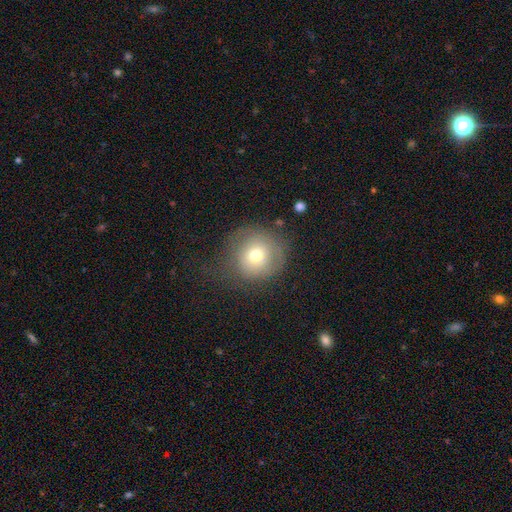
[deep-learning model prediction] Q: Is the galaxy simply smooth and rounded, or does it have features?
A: smooth — 70%.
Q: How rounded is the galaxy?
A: round — 91%.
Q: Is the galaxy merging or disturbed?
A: none — 58%.